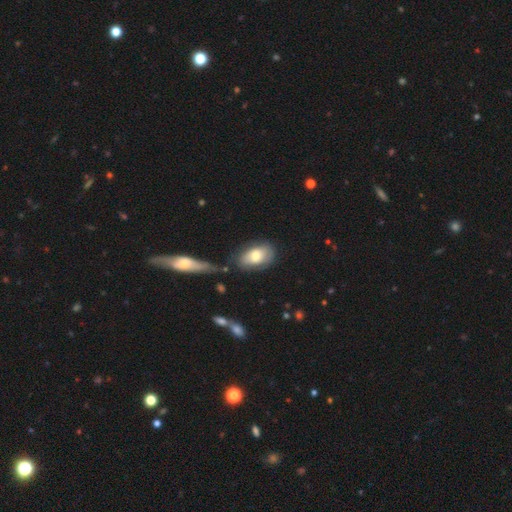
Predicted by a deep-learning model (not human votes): Smooth or featured?
  - smooth: 69% *
  - featured or disk: 25%
  - star or artifact: 6%
How rounded?
  - in between: 90% *
  - round: 7%
  - cigar-shaped: 2%
Merging?
  - none: 55% *
  - minor disturbance: 25%
  - major disturbance: 10%
  - merger: 10%